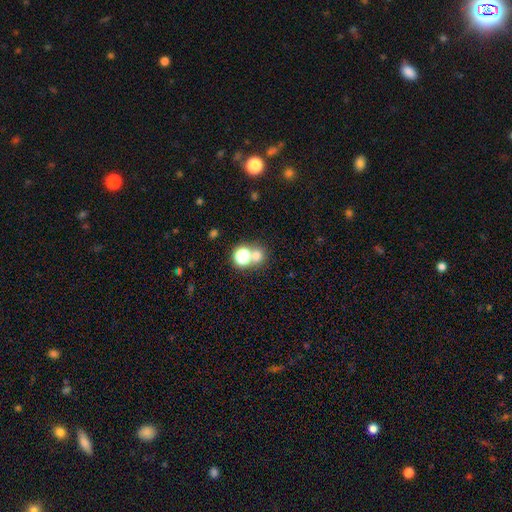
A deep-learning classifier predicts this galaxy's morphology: Q: Smooth or featured?
A: smooth (68%); runner-up: star or artifact (24%)
Q: How rounded?
A: round (84%); runner-up: in between (15%)
Q: Merging?
A: none (55%); runner-up: merger (35%)